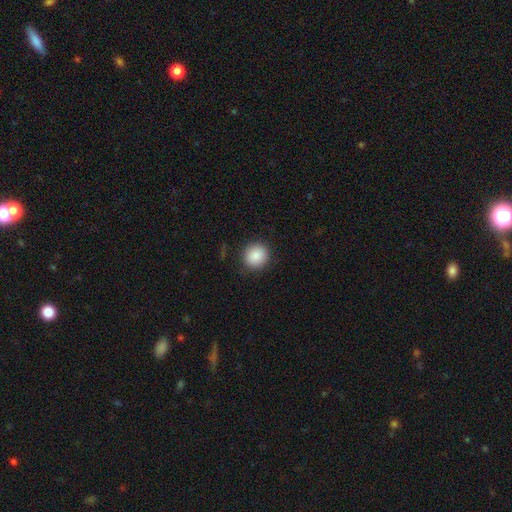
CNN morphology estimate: smooth 88%, star or artifact 8%, featured or disk 4%. Down the decision tree: how rounded — round (89%); merging — none (89%).